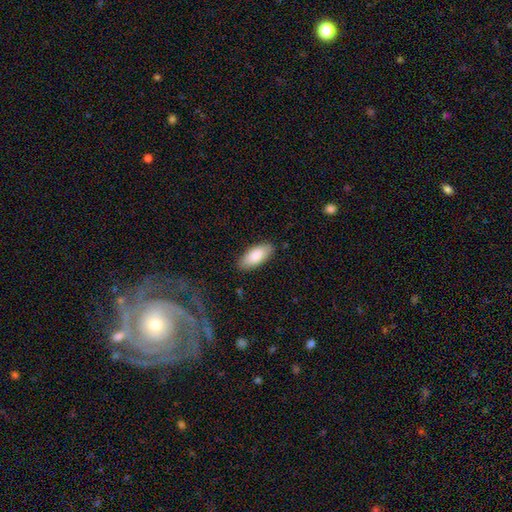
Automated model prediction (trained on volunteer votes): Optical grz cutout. It shows a smooth galaxy with no disk features (87%) that is in between round and cigar-shaped (86%). Merging: none (86%).